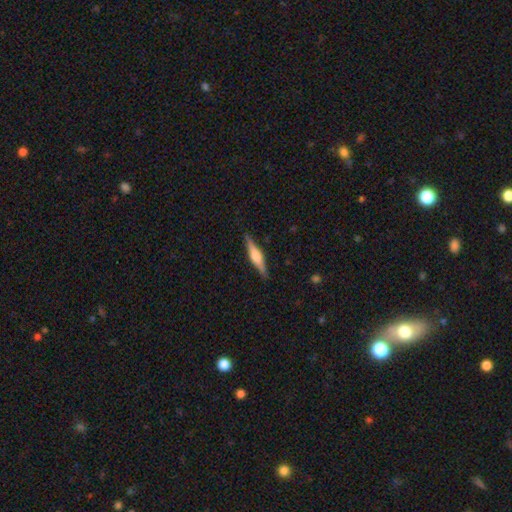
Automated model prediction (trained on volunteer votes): Smooth or featured? Predicted: featured or disk (p=0.64). Edge-on disk? Predicted: yes (p=0.98). Edge-on bulge? Predicted: rounded (p=0.78). Merging? Predicted: none (p=0.90).